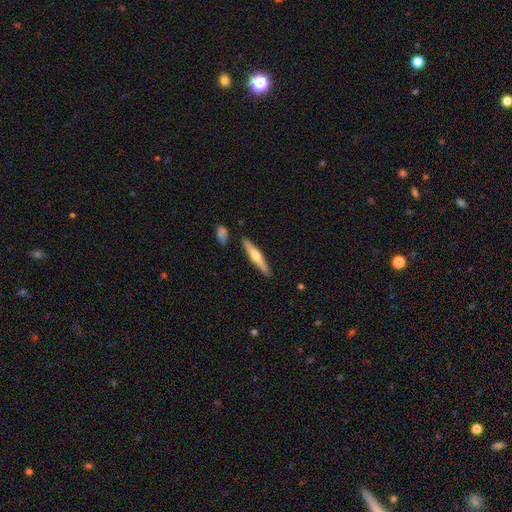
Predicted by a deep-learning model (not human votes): Smooth or featured? featured or disk (55%)
Edge-on disk? yes (96%)
Edge-on bulge? rounded (89%)
Merging? none (87%)